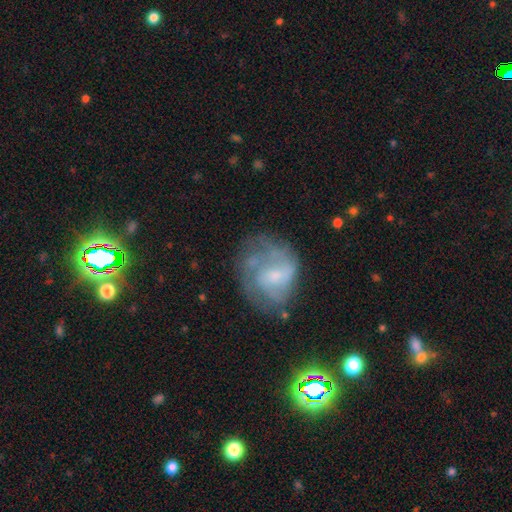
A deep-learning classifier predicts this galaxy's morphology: Overall: featured or disk (64%). Edge-on disk: no (97%). Bar: no (48%; weak 43%). Spiral arms: yes (79%). Bulge size: small (52%; moderate 29%). Merging: none (59%; minor disturbance 22%).